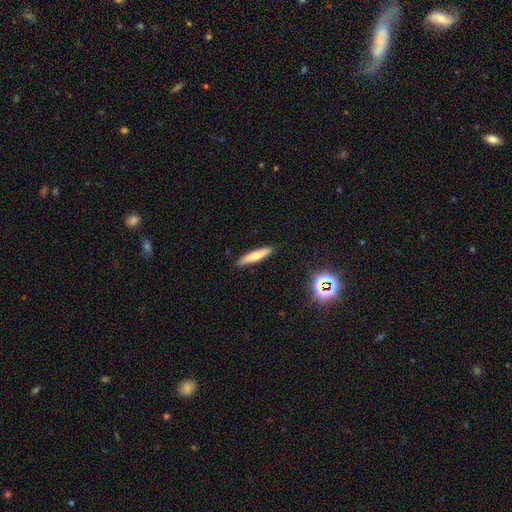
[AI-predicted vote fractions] The model was most divided on "smooth or featured": smooth: 65%, featured or disk: 27%, star or artifact: 8%. More confident: merging — none (89%); how rounded — cigar-shaped (88%).